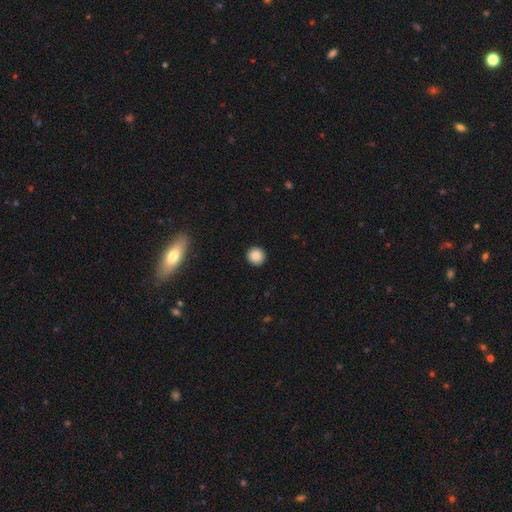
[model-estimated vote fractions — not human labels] A smooth galaxy with no disk features (87%) that is round (94%). Merging: none (93%).